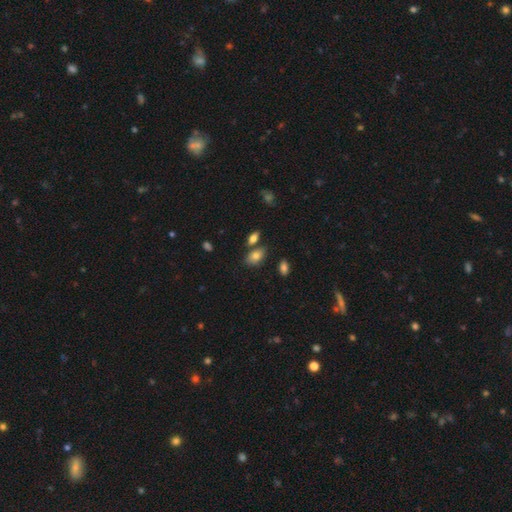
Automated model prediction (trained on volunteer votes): smooth 79%, featured or disk 12%, star or artifact 10%. Down the decision tree: how rounded — in between (87%); merging — none (68%).